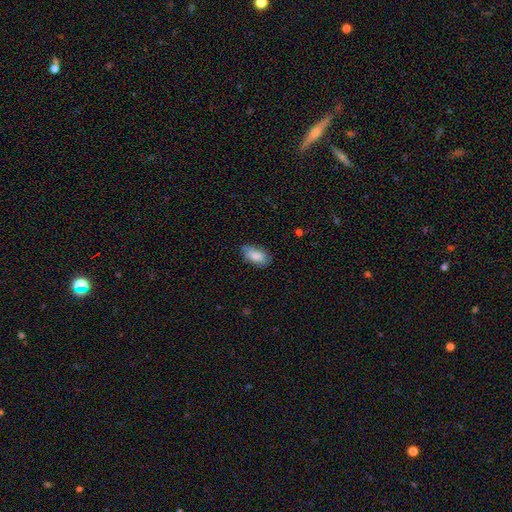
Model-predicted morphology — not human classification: This is clearly a smooth galaxy (83%). How rounded: clearly in between (92%). Merging: likely none (71%).